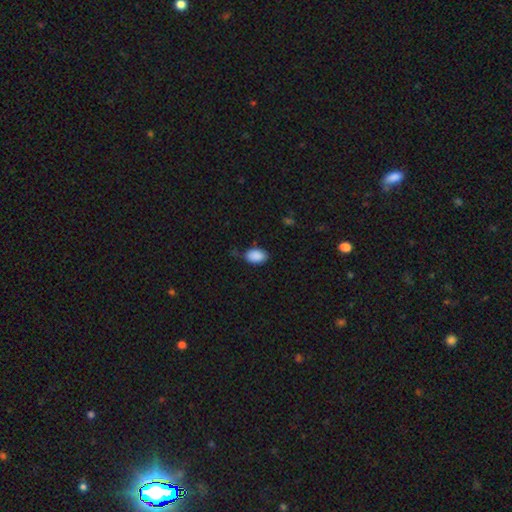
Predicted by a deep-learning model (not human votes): smooth-or-featured: smooth: 90% | star or artifact: 7% | featured or disk: 3%
  how-rounded: in between: 89% | round: 10% | cigar-shaped: 1%
  merging: none: 76% | minor disturbance: 18% | major disturbance: 4% | merger: 2%